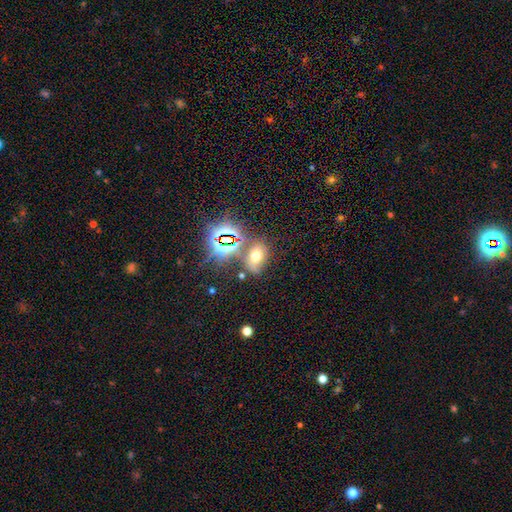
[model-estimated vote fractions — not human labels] Overall: smooth (51%; star or artifact 34%). How rounded: in between (79%). Merging: none (61%).